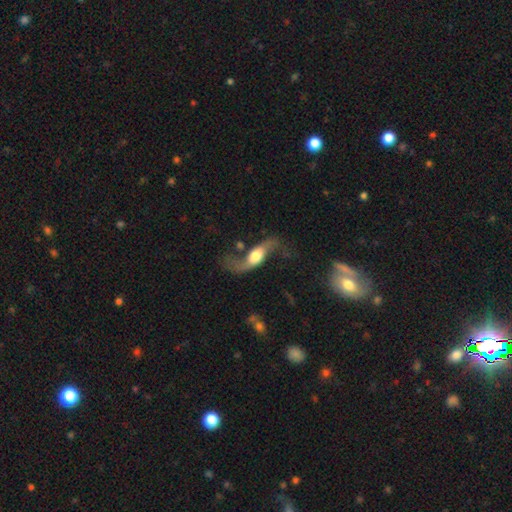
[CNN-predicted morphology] smooth-or-featured: featured or disk: 78% | smooth: 17% | star or artifact: 6%
  disk-edge-on: no: 85% | yes: 15%
    bar: no: 54% | weak: 29% | strong: 17%
    has-spiral-arms: yes: 91% | no: 9%
      spiral-winding: loose: 91% | medium: 7% | tight: 2%
      spiral-arm-count: 2: 92% | 1: 3% | can't tell: 2% | 3: 1% | 4: 1% | more than 4: 1%
    bulge-size: moderate: 43% | large: 39% | dominant: 8% | small: 8% | none: 2%
  merging: none: 55% | major disturbance: 21% | minor disturbance: 17% | merger: 6%